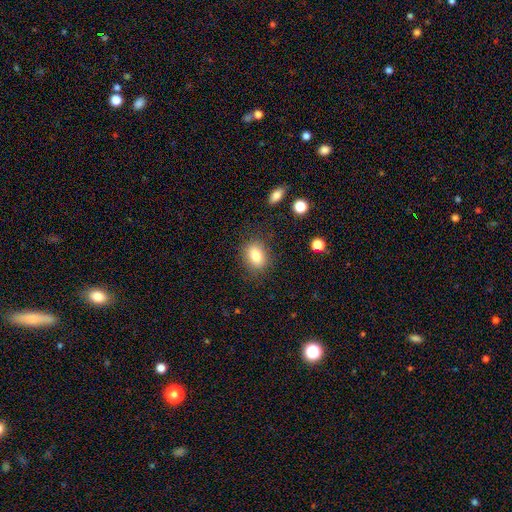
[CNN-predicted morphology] This appears to be a smooth galaxy with no disk features (82%) that is in between round and cigar-shaped (68%). Merging: none (82%).